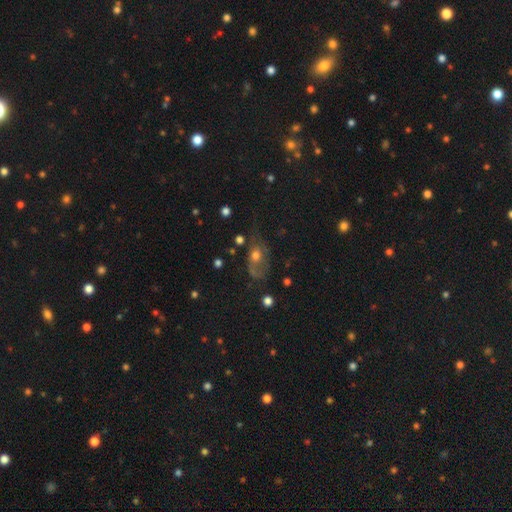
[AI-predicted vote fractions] Smooth or featured? smooth (43%)
Merging? none (39%)